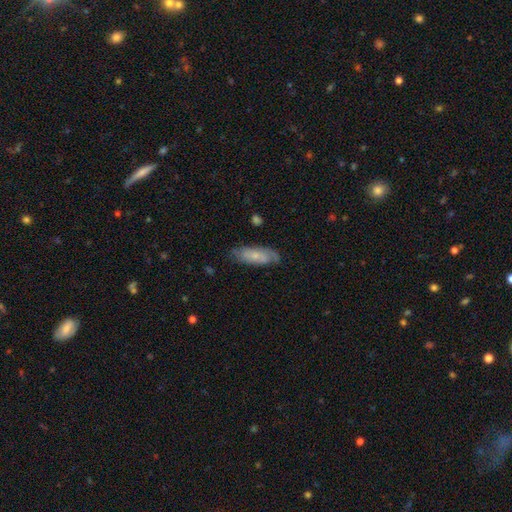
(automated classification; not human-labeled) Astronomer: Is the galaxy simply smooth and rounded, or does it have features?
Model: smooth — 51% (runner-up: featured or disk, 43%).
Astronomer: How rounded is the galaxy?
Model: in between — 64%.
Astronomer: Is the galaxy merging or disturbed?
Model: none — 72%.